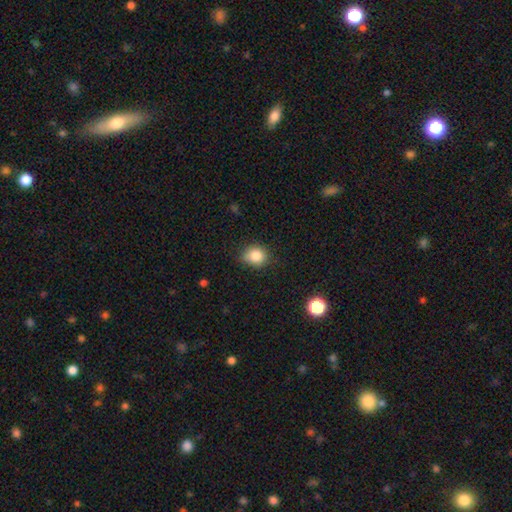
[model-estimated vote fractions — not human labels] smooth_or_featured: smooth (p=0.84) [alt: star or artifact p=0.11]
how_rounded: round (p=0.72) [alt: in between p=0.27]
merging: none (p=0.73) [alt: minor disturbance p=0.21]